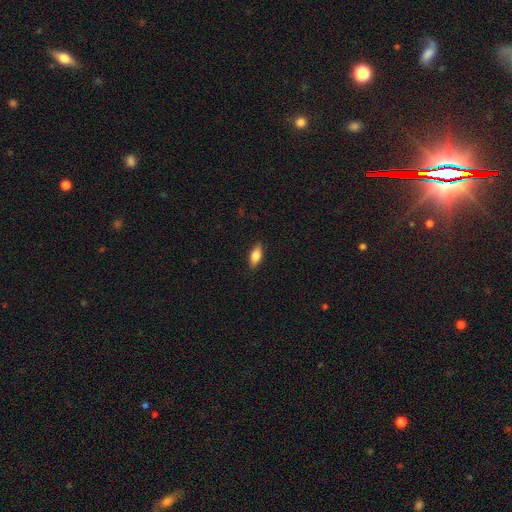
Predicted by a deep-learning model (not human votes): Smooth or featured? smooth (79%)
How rounded? in between (82%)
Merging? none (88%)